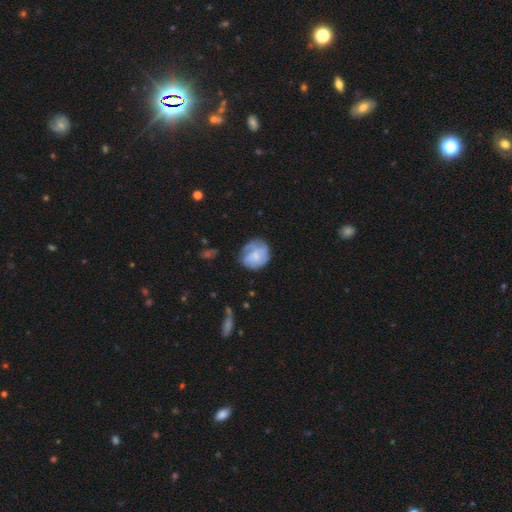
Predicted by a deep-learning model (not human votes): This appears to be a smooth galaxy with no disk features (55%) that is round (70%). Merging: none (51%).